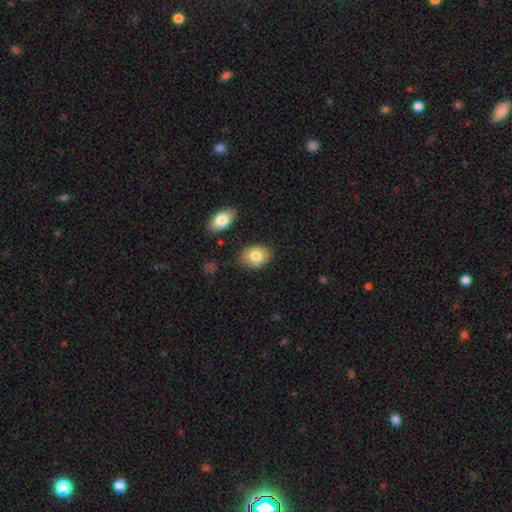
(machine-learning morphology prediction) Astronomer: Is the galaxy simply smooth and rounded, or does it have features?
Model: smooth — 79%.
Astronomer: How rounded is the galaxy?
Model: in between — 72%.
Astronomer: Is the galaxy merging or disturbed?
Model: none — 78%.